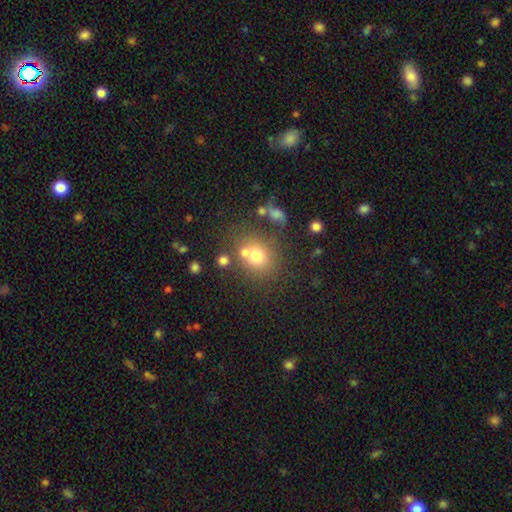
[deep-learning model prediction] Smooth or featured: smooth — 70% (featured or disk — 15%)
How rounded: round — 71% (in between — 28%)
Merging: none — 57% (merger — 24%)